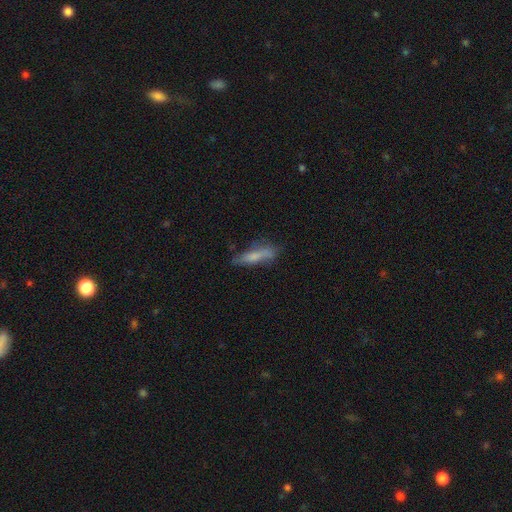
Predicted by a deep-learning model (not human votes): smooth-or-featured: smooth: 63% | featured or disk: 29% | star or artifact: 8%
  how-rounded: cigar-shaped: 76% | in between: 22% | round: 2%
  merging: none: 60% | minor disturbance: 26% | major disturbance: 10% | merger: 4%